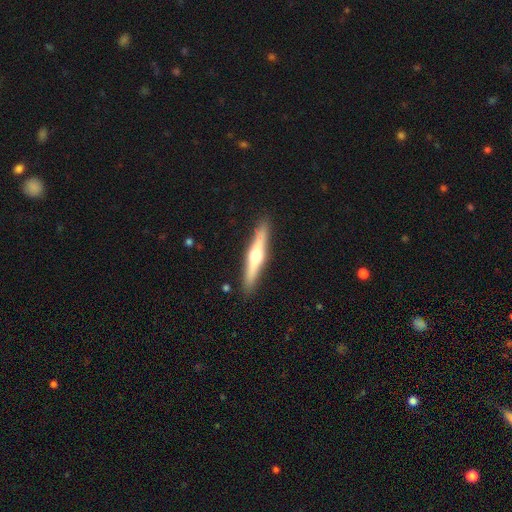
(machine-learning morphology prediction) Smooth or featured?
  - featured or disk: 60% *
  - smooth: 34%
  - star or artifact: 5%
Edge-on disk?
  - yes: 96% *
  - no: 4%
Edge-on bulge?
  - rounded: 89% *
  - boxy: 5%
  - none: 5%
Merging?
  - none: 89% *
  - minor disturbance: 8%
  - major disturbance: 2%
  - merger: 1%